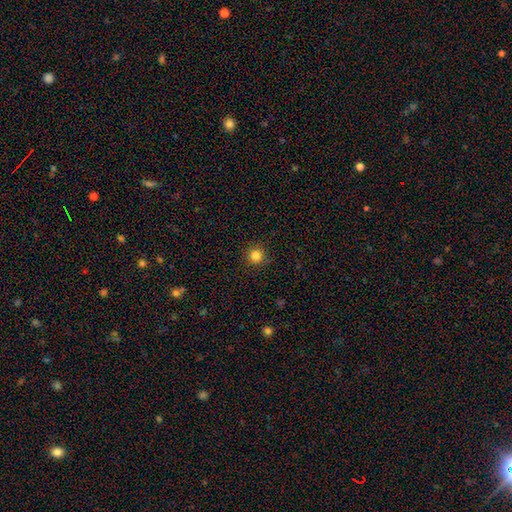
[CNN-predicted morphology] Smooth or featured?
  - smooth: 83% *
  - star or artifact: 12%
  - featured or disk: 4%
How rounded?
  - round: 95% *
  - in between: 4%
  - cigar-shaped: 1%
Merging?
  - none: 91% *
  - minor disturbance: 6%
  - major disturbance: 2%
  - merger: 1%